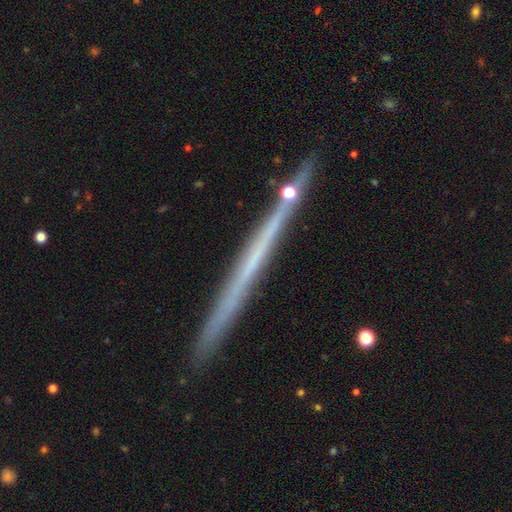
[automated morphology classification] Smooth or featured?
  - featured or disk: 59% *
  - smooth: 31%
  - star or artifact: 10%
Edge-on disk?
  - yes: 97% *
  - no: 3%
Edge-on bulge?
  - none: 93% *
  - rounded: 5%
  - boxy: 2%
Merging?
  - none: 88% *
  - minor disturbance: 8%
  - merger: 3%
  - major disturbance: 2%